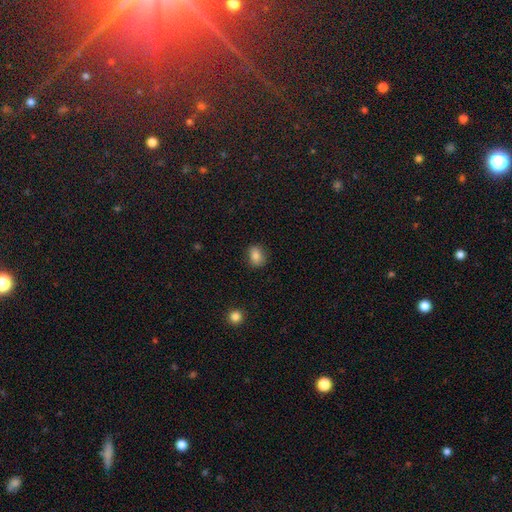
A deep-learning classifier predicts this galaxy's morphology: This appears to be a smooth galaxy with no disk features (83%) that is in between round and cigar-shaped (51%). Merging: none (83%).